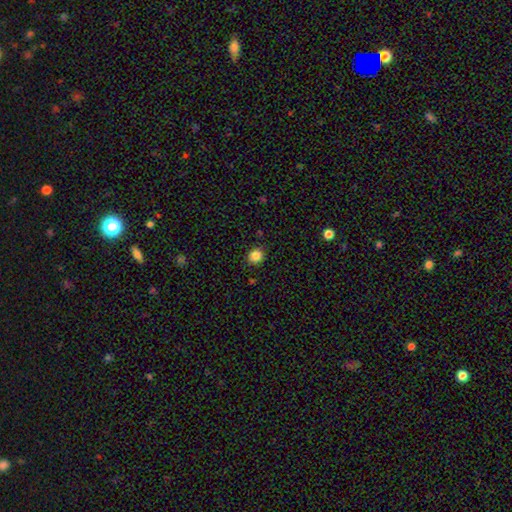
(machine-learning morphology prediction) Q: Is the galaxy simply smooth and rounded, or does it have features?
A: smooth — 85%.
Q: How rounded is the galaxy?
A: round — 86%.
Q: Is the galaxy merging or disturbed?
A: none — 89%.